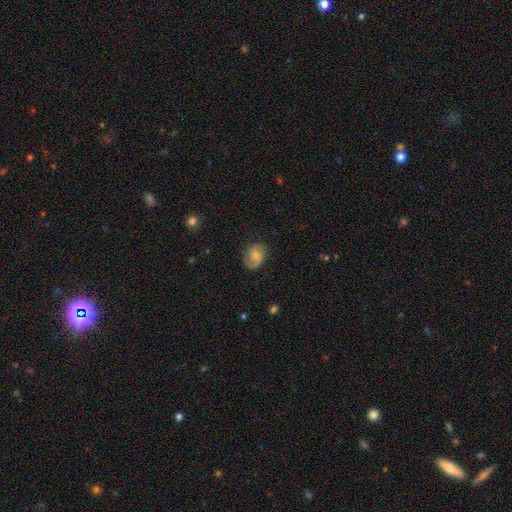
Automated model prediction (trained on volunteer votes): The model was most divided on "smooth or featured": smooth: 48%, featured or disk: 44%, star or artifact: 8%. More confident: merging — none (72%).